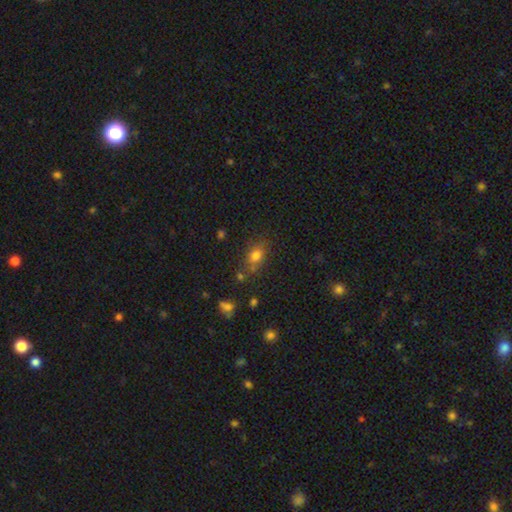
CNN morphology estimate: Smooth or featured? smooth (76%)
How rounded? in between (64%)
Merging? none (67%)